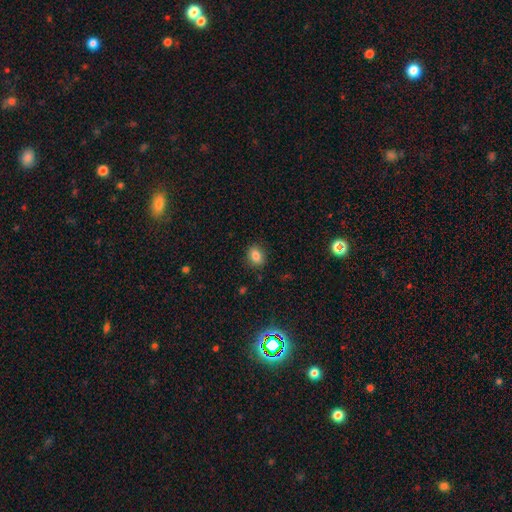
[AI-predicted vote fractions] Smooth or featured?
  - smooth: 83% *
  - star or artifact: 10%
  - featured or disk: 7%
How rounded?
  - in between: 62% *
  - round: 37%
  - cigar-shaped: 2%
Merging?
  - none: 86% *
  - minor disturbance: 10%
  - major disturbance: 3%
  - merger: 1%